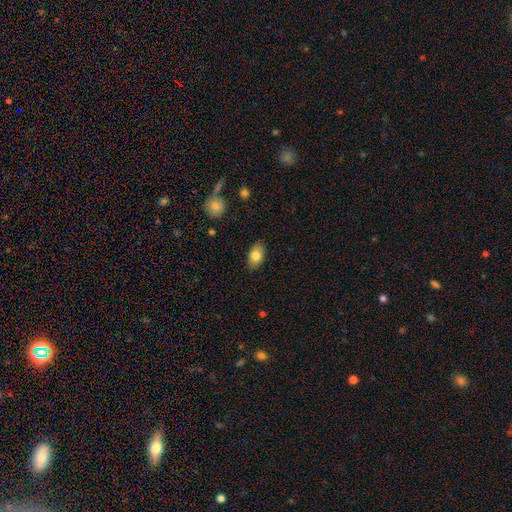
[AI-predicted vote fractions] This appears to be a smooth galaxy with no disk features (80%) that is in between round and cigar-shaped (87%). Merging: none (84%).